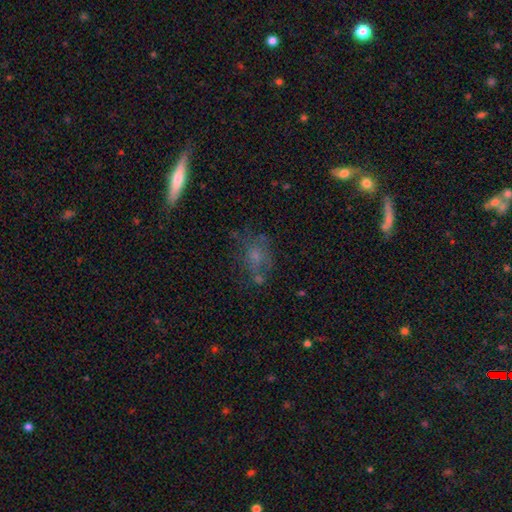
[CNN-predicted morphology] This is possibly a smooth galaxy (50%). How rounded: possibly in between (52%). Merging: possibly none (55%).